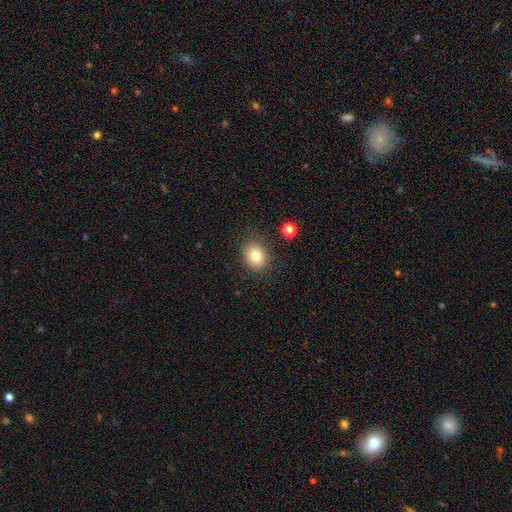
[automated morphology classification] Overall: smooth (80%). How rounded: round (64%; in between 35%). Merging: none (85%).